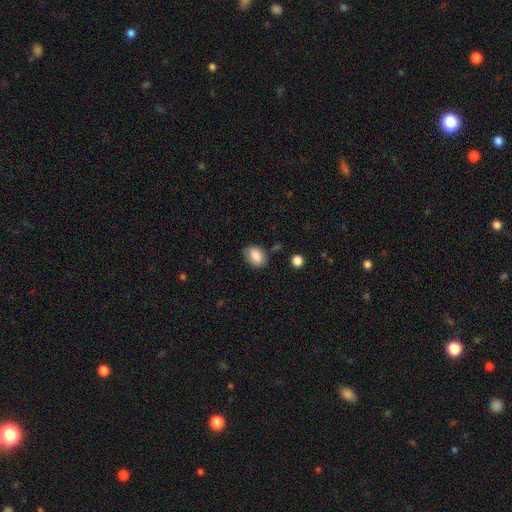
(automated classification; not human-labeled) smooth 85%, star or artifact 8%, featured or disk 7%. Down the decision tree: how rounded — in between (78%); merging — none (76%).